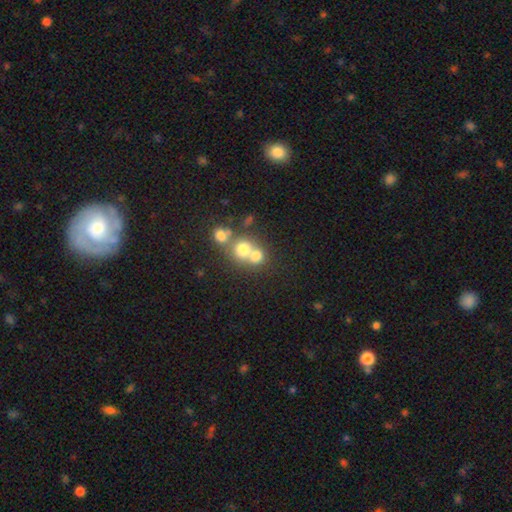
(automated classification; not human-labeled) The model was most divided on "merging": merger: 56%, none: 34%, minor disturbance: 6%, major disturbance: 4%. More confident: how rounded — round (78%); smooth or featured — smooth (70%).